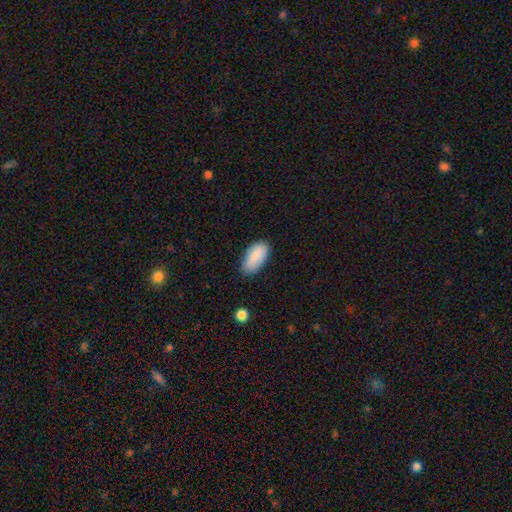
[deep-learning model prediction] smooth_or_featured: smooth (p=0.87) [alt: featured or disk p=0.07]
how_rounded: in between (p=0.93) [alt: cigar-shaped p=0.05]
merging: none (p=0.78) [alt: minor disturbance p=0.18]